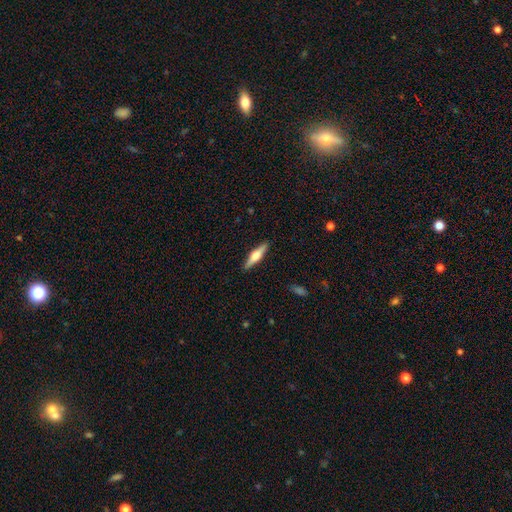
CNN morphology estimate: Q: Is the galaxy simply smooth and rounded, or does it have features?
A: featured or disk — 53%.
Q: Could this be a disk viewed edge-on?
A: yes — 96%.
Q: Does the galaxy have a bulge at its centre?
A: rounded — 89%.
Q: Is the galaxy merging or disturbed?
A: none — 90%.